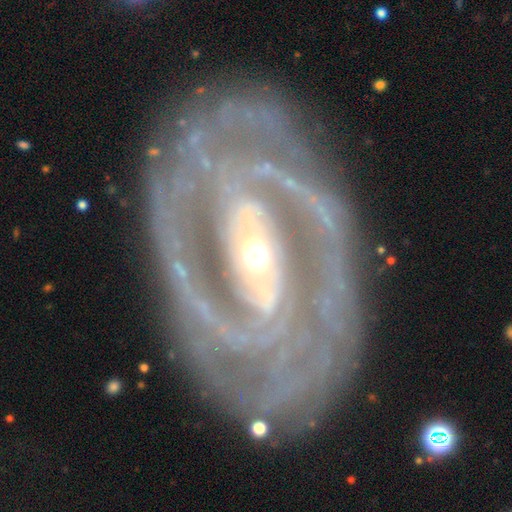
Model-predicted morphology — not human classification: type=featured or disk (93%); edge-on=no (96%); bar=strong (51%); spiral arms=yes (97%); winding=tight (52%); arm count=2 (57%); bulge=moderate (51%); merging=none (71%).